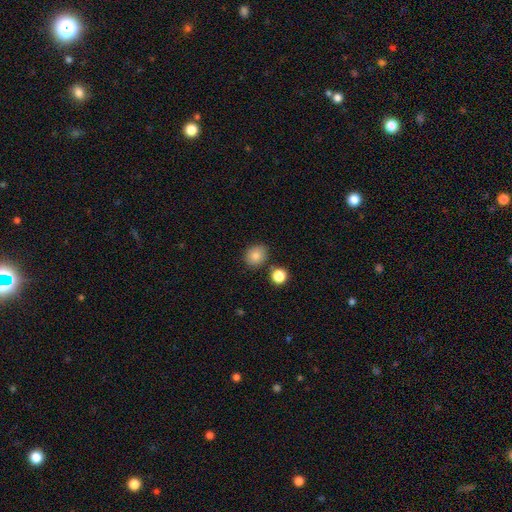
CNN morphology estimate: type=smooth (83%); roundness=round (73%); merging=none (80%).